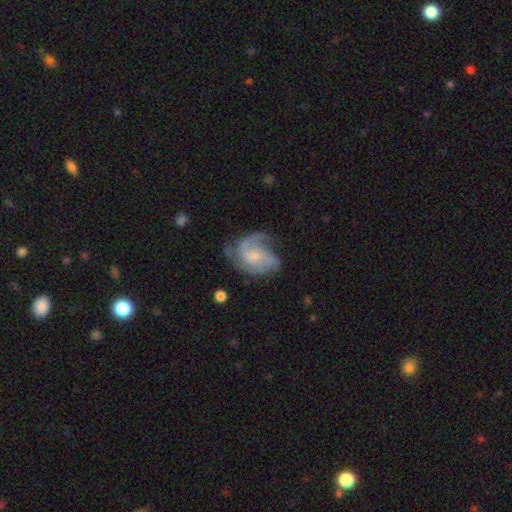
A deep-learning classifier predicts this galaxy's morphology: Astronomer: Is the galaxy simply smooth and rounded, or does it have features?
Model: featured or disk — 78%.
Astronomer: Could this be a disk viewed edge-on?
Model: no — 98%.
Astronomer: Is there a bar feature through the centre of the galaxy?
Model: no — 60% (runner-up: weak, 35%).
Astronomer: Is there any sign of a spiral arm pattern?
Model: yes — 93%.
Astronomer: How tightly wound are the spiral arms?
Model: medium — 48% (runner-up: tight, 27%).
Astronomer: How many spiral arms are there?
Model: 3 — 33% (runner-up: 2, 31%).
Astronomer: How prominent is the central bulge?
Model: small — 52% (runner-up: moderate, 33%).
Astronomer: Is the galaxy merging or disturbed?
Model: none — 51%.